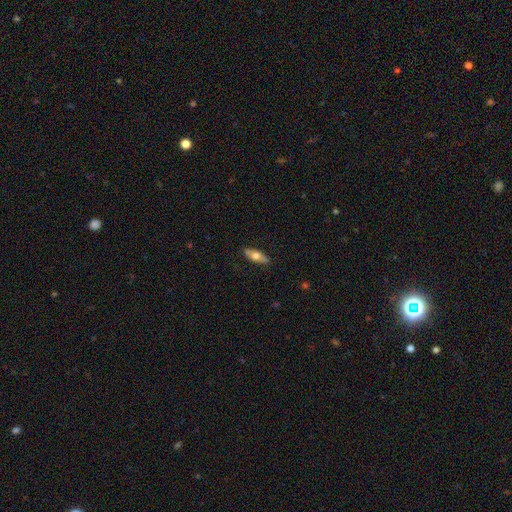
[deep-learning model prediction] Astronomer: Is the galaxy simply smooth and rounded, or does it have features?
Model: smooth — 56% (runner-up: featured or disk, 38%).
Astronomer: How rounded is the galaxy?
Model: in between — 58% (runner-up: cigar-shaped, 39%).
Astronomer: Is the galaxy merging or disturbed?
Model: none — 86%.